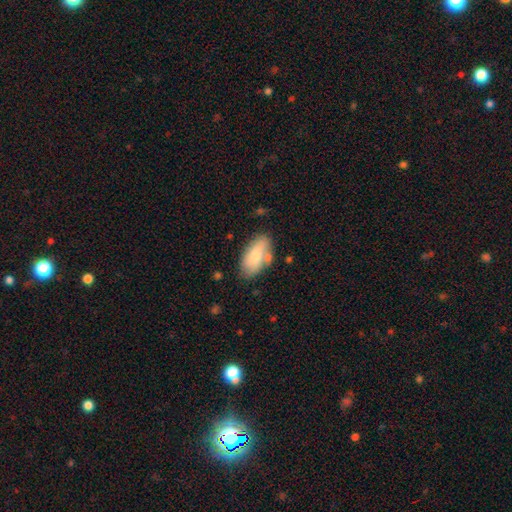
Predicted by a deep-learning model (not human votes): smooth-or-featured: smooth: 76% | featured or disk: 17% | star or artifact: 6%
  how-rounded: in between: 93% | cigar-shaped: 4% | round: 3%
  merging: none: 64% | minor disturbance: 21% | merger: 9% | major disturbance: 5%